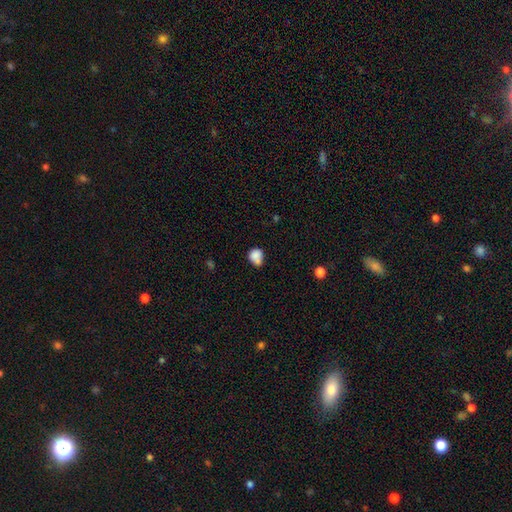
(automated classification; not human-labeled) Morphology: type=smooth (81%); roundness=round (65%); merging=none (39%).